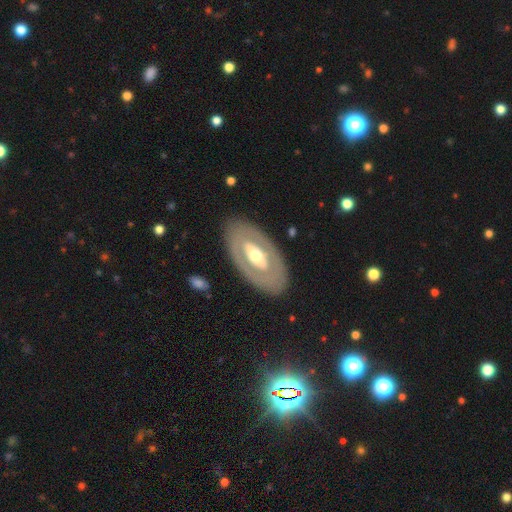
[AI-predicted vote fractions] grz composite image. It shows a featured or disk galaxy (65%) with no bar (62%), no spiral arms (84%) and a moderate central bulge (66%). Merging: none (84%).